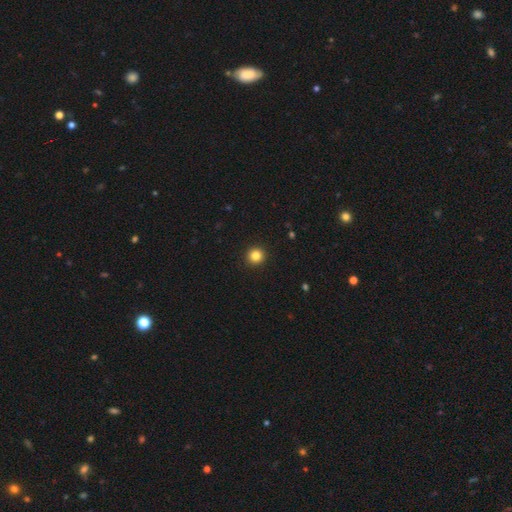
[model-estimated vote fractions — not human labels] Overall: smooth (84%). How rounded: round (93%). Merging: none (94%).